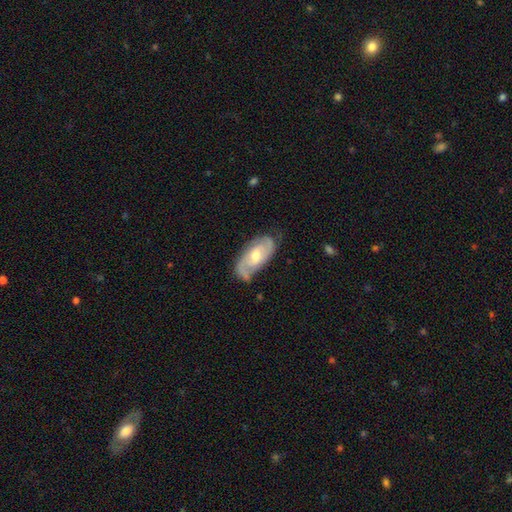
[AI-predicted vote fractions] smooth-or-featured: featured or disk: 79% | smooth: 16% | star or artifact: 5%
  disk-edge-on: no: 94% | yes: 6%
    bar: no: 46% | weak: 44% | strong: 10%
    has-spiral-arms: yes: 93% | no: 7%
      spiral-winding: tight: 46% | medium: 40% | loose: 14%
      spiral-arm-count: 2: 74% | can't tell: 13% | 1: 5% | 3: 4% | 4: 1% | more than 4: 1%
    bulge-size: moderate: 64% | small: 29% | large: 4% | none: 2% | dominant: 1%
  merging: none: 69% | minor disturbance: 22% | major disturbance: 7% | merger: 2%